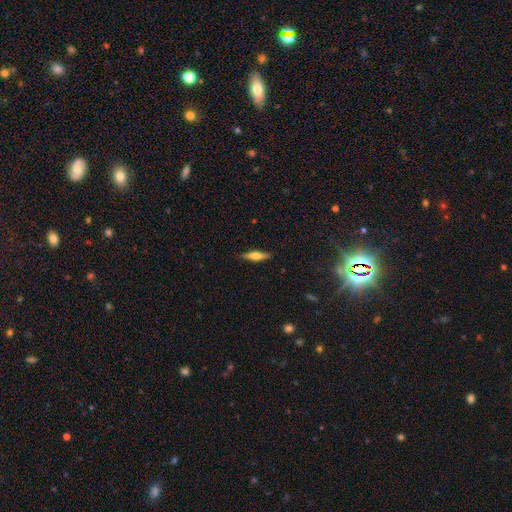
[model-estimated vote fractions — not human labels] The model was most divided on "smooth or featured": smooth: 51%, featured or disk: 42%, star or artifact: 7%. More confident: merging — none (88%); how rounded — cigar-shaped (71%).